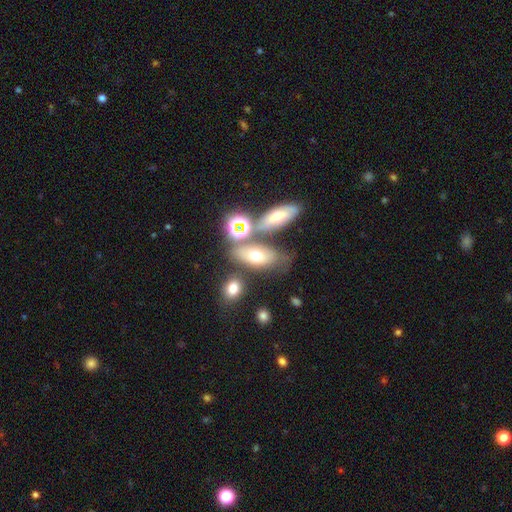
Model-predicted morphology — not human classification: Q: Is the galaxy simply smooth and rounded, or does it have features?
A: smooth — 60%.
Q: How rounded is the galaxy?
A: in between — 81%.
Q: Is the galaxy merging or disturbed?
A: none — 54%.